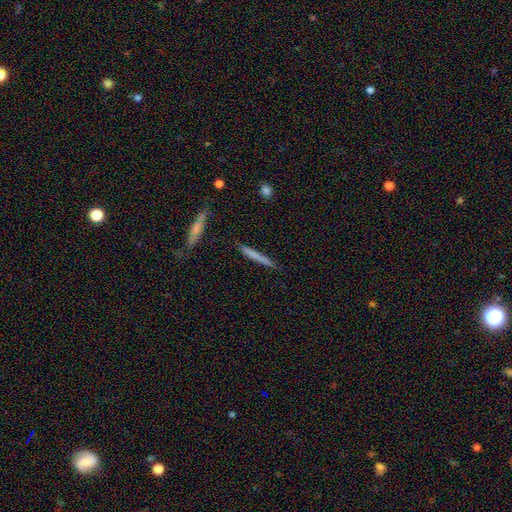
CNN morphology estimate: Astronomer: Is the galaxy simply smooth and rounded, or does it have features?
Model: smooth — 65%.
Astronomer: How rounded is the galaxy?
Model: cigar-shaped — 96%.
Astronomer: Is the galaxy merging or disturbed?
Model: none — 86%.